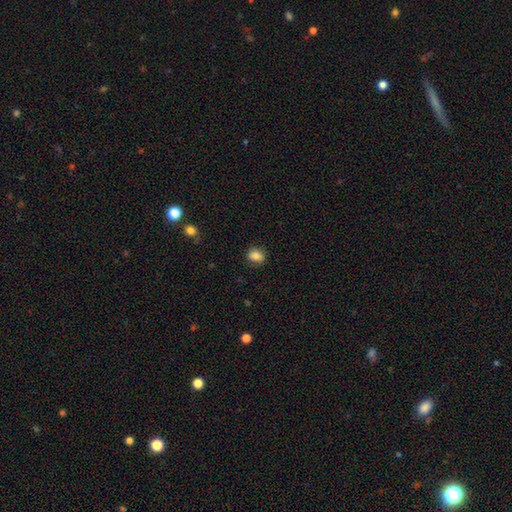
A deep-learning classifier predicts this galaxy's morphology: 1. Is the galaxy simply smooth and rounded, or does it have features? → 84% smooth, 10% star or artifact, 7% featured or disk.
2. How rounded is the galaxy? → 51% round, 48% in between, 1% cigar-shaped.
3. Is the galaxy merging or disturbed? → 86% none, 10% minor disturbance, 2% major disturbance, 1% merger.